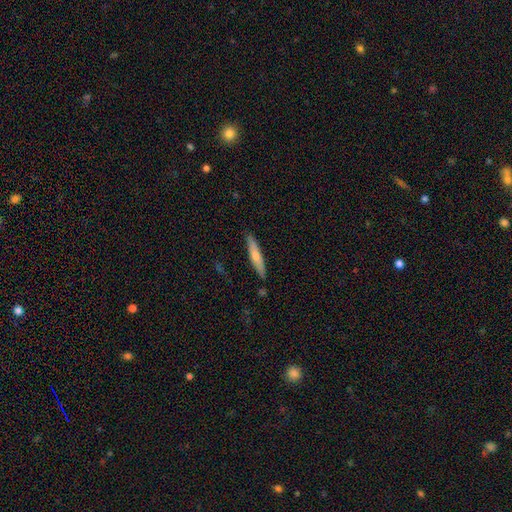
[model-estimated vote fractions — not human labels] smooth 64%, featured or disk 30%, star or artifact 6%. Down the decision tree: how rounded — cigar-shaped (88%); merging — none (86%).